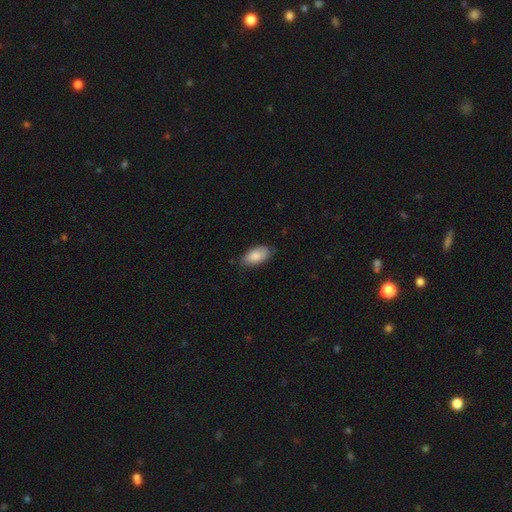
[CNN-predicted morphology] smooth 83%, featured or disk 11%, star or artifact 6%. Down the decision tree: how rounded — in between (93%); merging — none (75%).